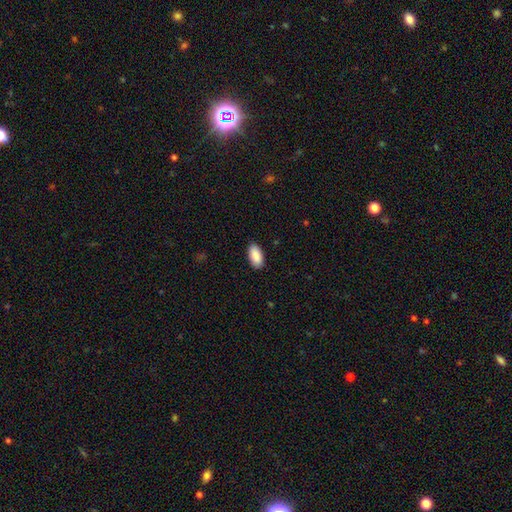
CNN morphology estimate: Q: Smooth or featured?
A: smooth (90%); runner-up: star or artifact (6%)
Q: How rounded?
A: in between (94%); runner-up: cigar-shaped (4%)
Q: Merging?
A: none (89%); runner-up: minor disturbance (8%)